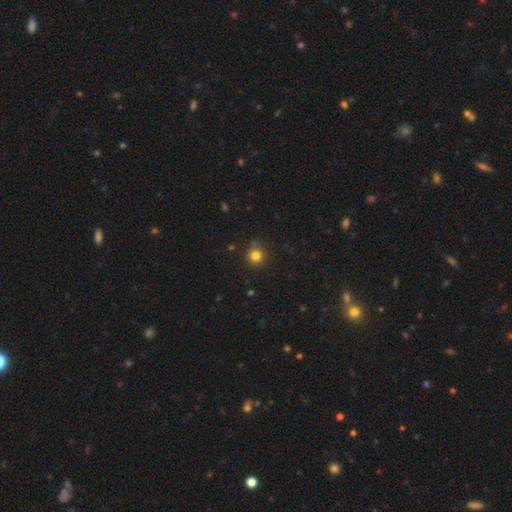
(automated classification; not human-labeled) This is clearly a smooth galaxy (81%). How rounded: clearly round (91%). Merging: clearly none (82%).